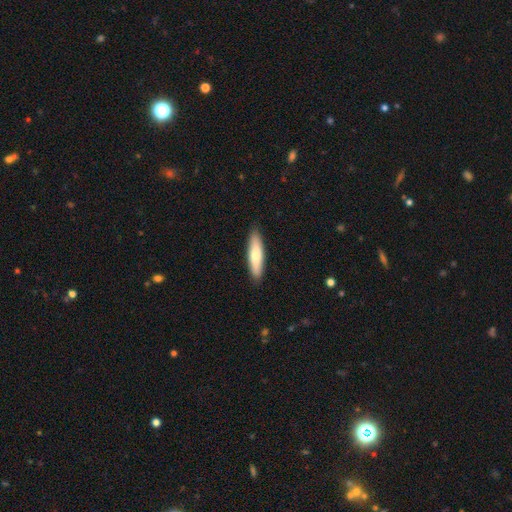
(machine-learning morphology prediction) Smooth or featured?
  - smooth: 73% *
  - featured or disk: 22%
  - star or artifact: 5%
How rounded?
  - cigar-shaped: 75% *
  - in between: 24%
  - round: 1%
Merging?
  - none: 89% *
  - minor disturbance: 9%
  - major disturbance: 2%
  - merger: 1%